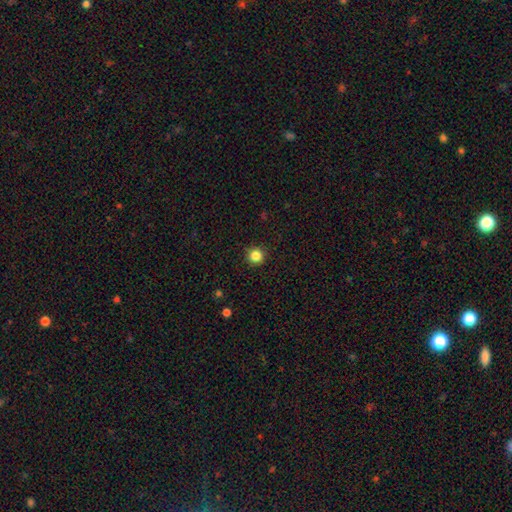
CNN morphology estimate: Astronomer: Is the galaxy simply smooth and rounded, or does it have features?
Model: smooth — 85%.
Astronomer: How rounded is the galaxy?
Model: round — 95%.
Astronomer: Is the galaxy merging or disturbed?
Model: none — 92%.